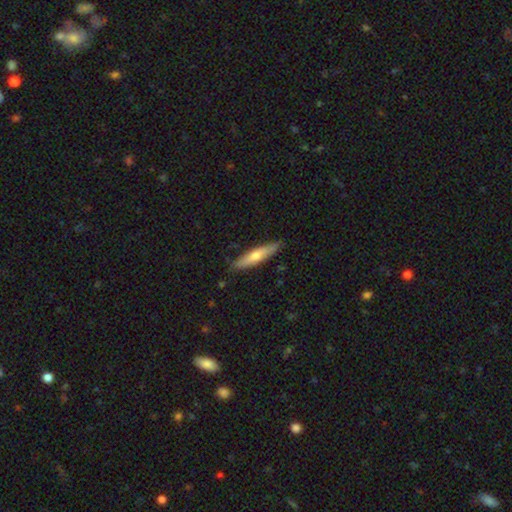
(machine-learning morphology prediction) Smooth or featured?
  - smooth: 57% *
  - featured or disk: 38%
  - star or artifact: 5%
How rounded?
  - cigar-shaped: 83% *
  - in between: 15%
  - round: 2%
Merging?
  - none: 85% *
  - minor disturbance: 12%
  - major disturbance: 2%
  - merger: 1%